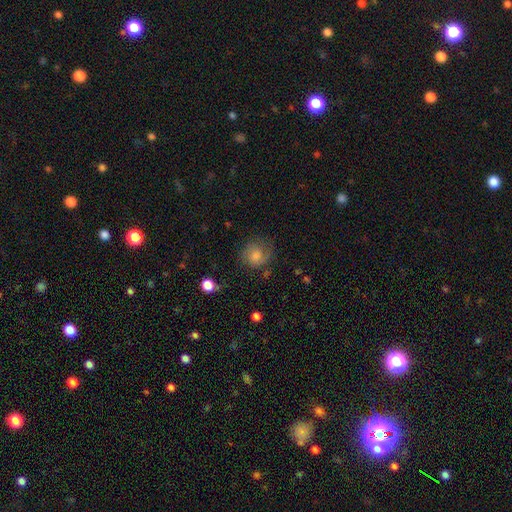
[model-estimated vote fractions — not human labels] Smooth or featured? Predicted: smooth (p=0.55). How rounded? Predicted: round (p=0.81). Merging? Predicted: none (p=0.69).